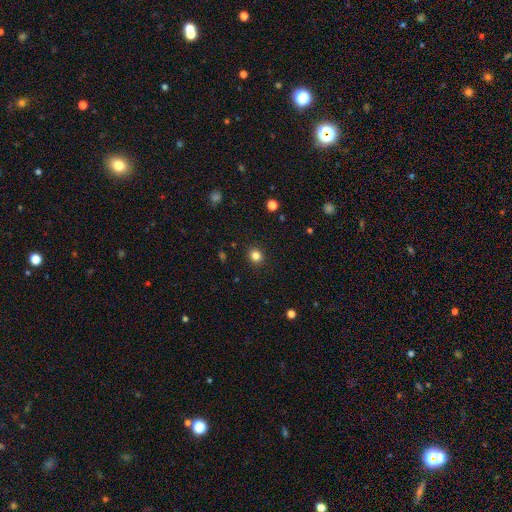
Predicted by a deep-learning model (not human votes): Smooth or featured? Predicted: smooth (p=0.83). How rounded? Predicted: round (p=0.84). Merging? Predicted: none (p=0.91).